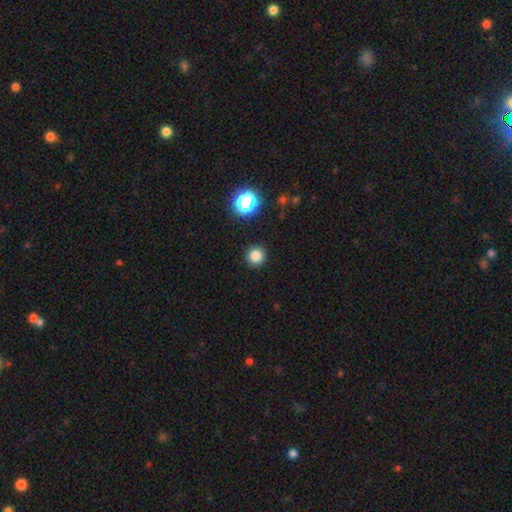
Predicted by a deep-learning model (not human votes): smooth_or_featured: smooth (p=0.81) [alt: star or artifact p=0.15]
how_rounded: round (p=0.95) [alt: in between p=0.04]
merging: none (p=0.92) [alt: minor disturbance p=0.05]